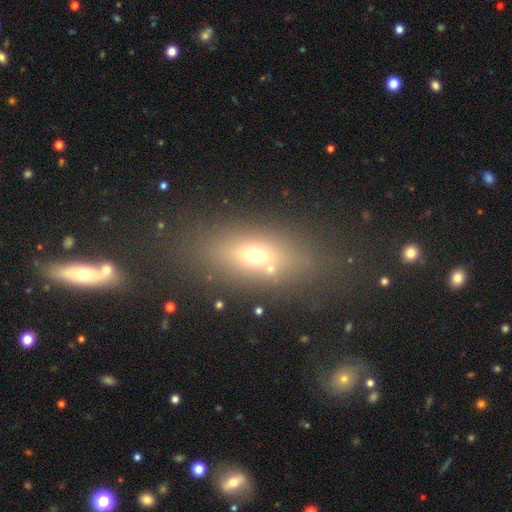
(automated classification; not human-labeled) Q: Smooth or featured?
A: smooth (58%); runner-up: featured or disk (23%)
Q: How rounded?
A: in between (69%); runner-up: cigar-shaped (19%)
Q: Merging?
A: none (72%); runner-up: minor disturbance (12%)